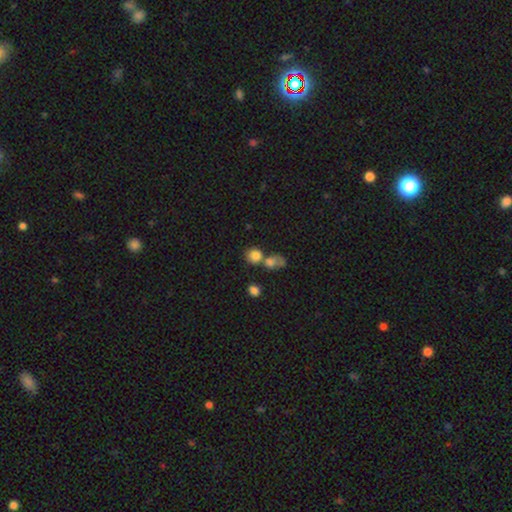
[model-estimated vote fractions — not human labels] Smooth or featured? Predicted: smooth (p=0.80). How rounded? Predicted: round (p=0.82). Merging? Predicted: none (p=0.48).